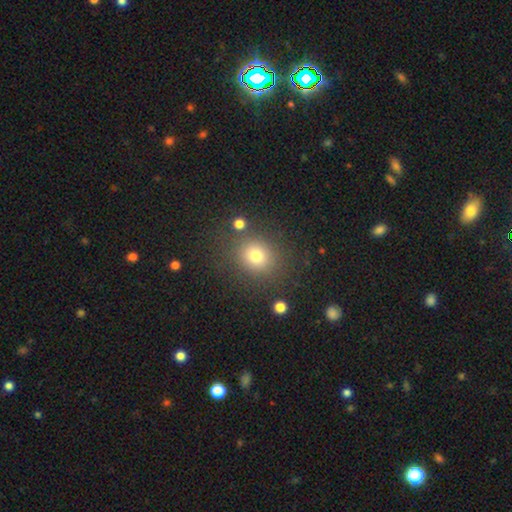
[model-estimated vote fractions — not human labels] This is likely a smooth galaxy (75%). How rounded: clearly round (81%). Merging: clearly none (82%).